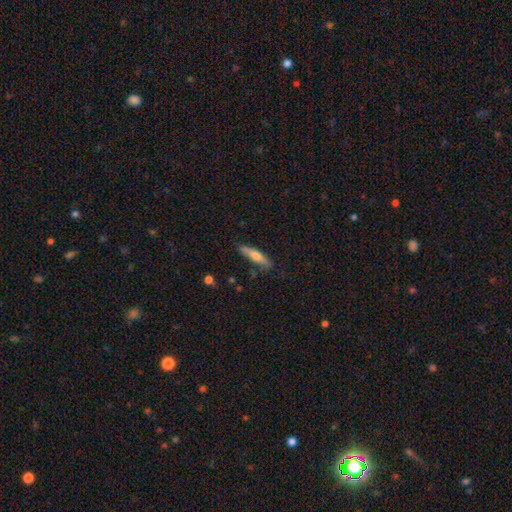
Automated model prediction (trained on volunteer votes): smooth_or_featured: smooth (p=0.60) [alt: featured or disk p=0.34]
how_rounded: cigar-shaped (p=0.81) [alt: in between p=0.17]
merging: none (p=0.80) [alt: minor disturbance p=0.15]